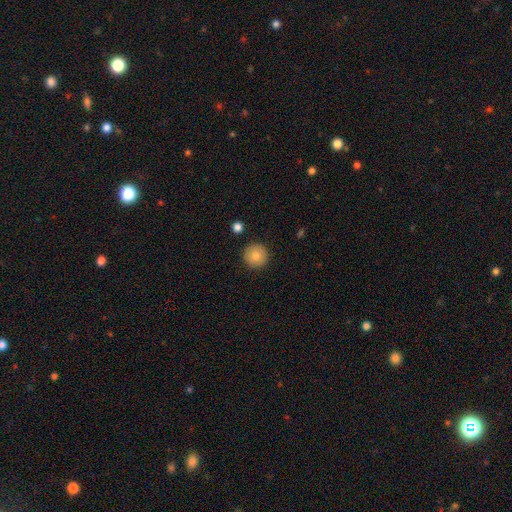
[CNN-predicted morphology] smooth_or_featured: smooth (p=0.83) [alt: featured or disk p=0.09]
how_rounded: round (p=0.96) [alt: in between p=0.03]
merging: none (p=0.92) [alt: minor disturbance p=0.05]